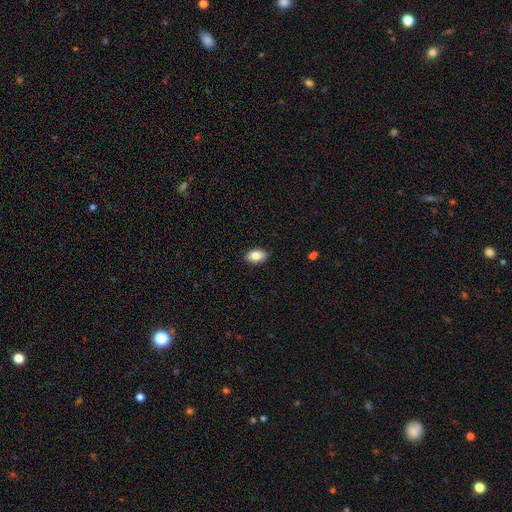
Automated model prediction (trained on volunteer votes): Morphology: type=smooth (84%); roundness=in between (90%); merging=none (89%).